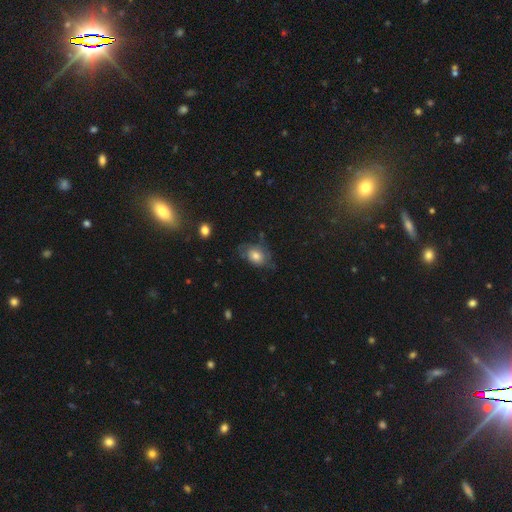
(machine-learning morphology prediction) Overall: smooth (57%; featured or disk 33%). How rounded: in between (73%). Merging: none (53%; minor disturbance 29%).